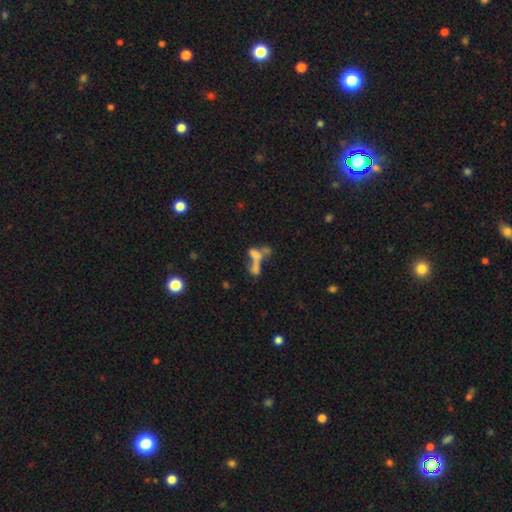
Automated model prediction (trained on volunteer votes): Smooth or featured: smooth — 41% (featured or disk — 36%)
Merging: merger — 51% (none — 26%)